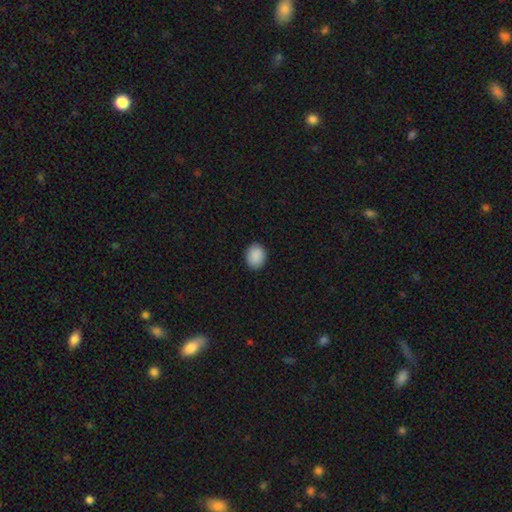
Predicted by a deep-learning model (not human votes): Smooth or featured? Predicted: smooth (p=0.90). How rounded? Predicted: round (p=0.54). Merging? Predicted: none (p=0.90).